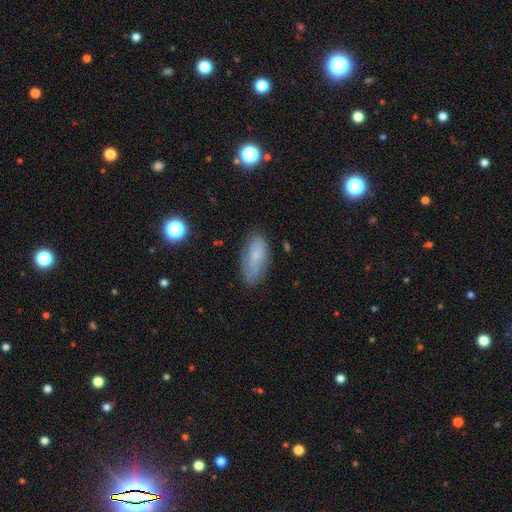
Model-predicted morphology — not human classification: This appears to be a smooth galaxy with no disk features (62%) that is in between round and cigar-shaped (86%). Merging: none (70%).